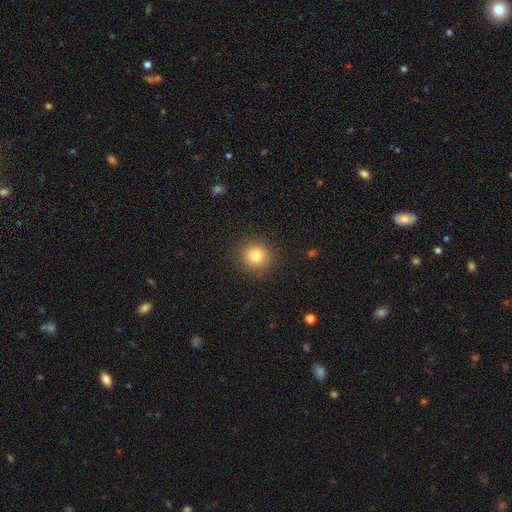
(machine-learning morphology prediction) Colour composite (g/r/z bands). It shows a smooth galaxy with no disk features (80%) that is round (92%). Merging: none (90%).